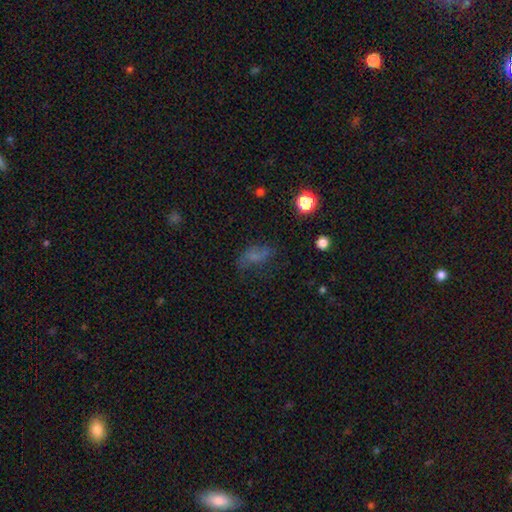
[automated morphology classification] Q: Smooth or featured?
A: smooth (53%); runner-up: featured or disk (25%)
Q: How rounded?
A: in between (79%); runner-up: round (11%)
Q: Merging?
A: none (51%); runner-up: minor disturbance (24%)